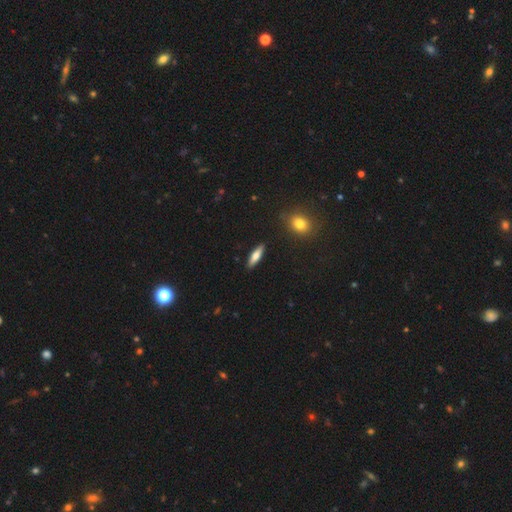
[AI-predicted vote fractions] Q: Smooth or featured?
A: smooth (63%); runner-up: featured or disk (30%)
Q: How rounded?
A: cigar-shaped (65%); runner-up: in between (33%)
Q: Merging?
A: none (90%); runner-up: minor disturbance (7%)